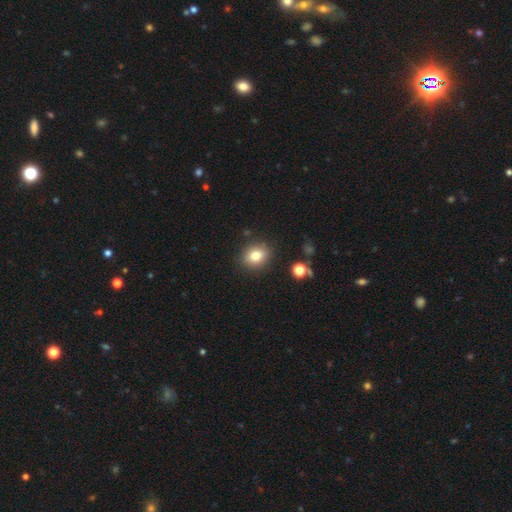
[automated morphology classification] type=smooth (79%); roundness=round (56%); merging=none (86%).